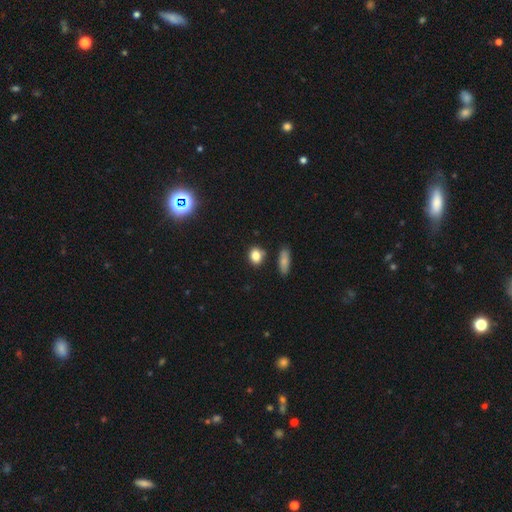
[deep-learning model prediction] Overall: smooth (83%). How rounded: round (59%; in between 38%). Merging: none (80%).